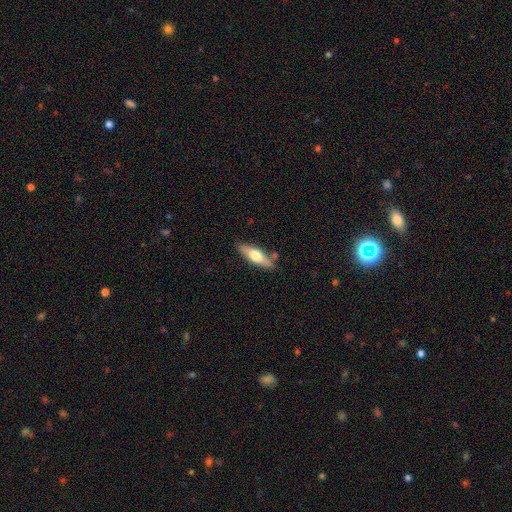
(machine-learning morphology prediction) Smooth or featured? Predicted: smooth (p=0.56). How rounded? Predicted: cigar-shaped (p=0.52). Merging? Predicted: none (p=0.78).